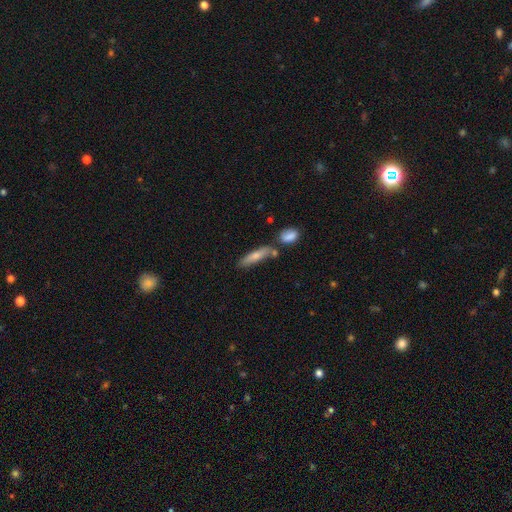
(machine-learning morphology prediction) Overall: smooth (71%). How rounded: cigar-shaped (73%). Merging: none (62%).